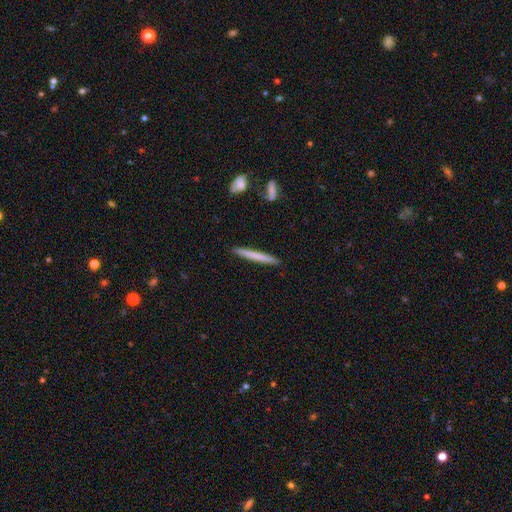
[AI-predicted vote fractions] A smooth galaxy with no disk features (65%) that is cigar-shaped (97%).

Vote fractions:
- Smooth or featured? smooth: 65% / featured or disk: 30% / star or artifact: 5%
- How rounded? cigar-shaped: 97% / in between: 2% / round: 1%
- Merging? none: 92% / minor disturbance: 6% / merger: 1% / major disturbance: 1%